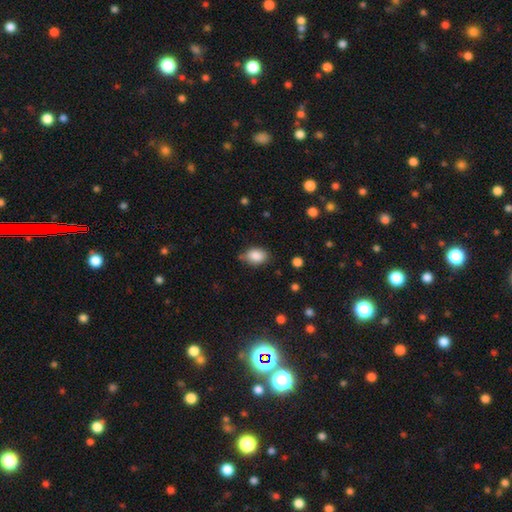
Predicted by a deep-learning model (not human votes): smooth-or-featured: smooth: 87% | star or artifact: 8% | featured or disk: 5%
  how-rounded: in between: 81% | round: 18% | cigar-shaped: 1%
  merging: none: 66% | minor disturbance: 25% | major disturbance: 5% | merger: 3%